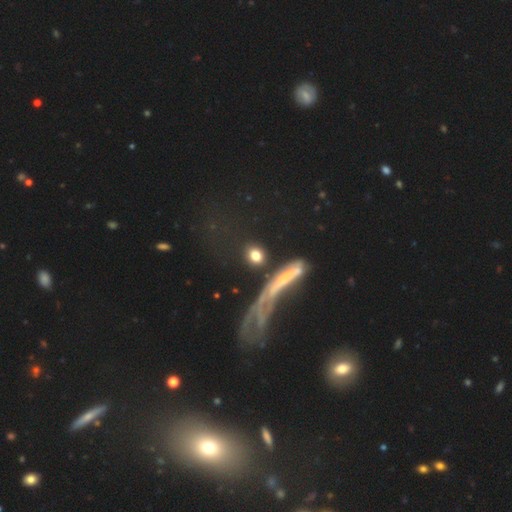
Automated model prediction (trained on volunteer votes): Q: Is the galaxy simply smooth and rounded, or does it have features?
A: smooth — 81%.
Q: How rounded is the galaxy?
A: round — 60%.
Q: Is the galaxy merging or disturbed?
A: none — 82%.